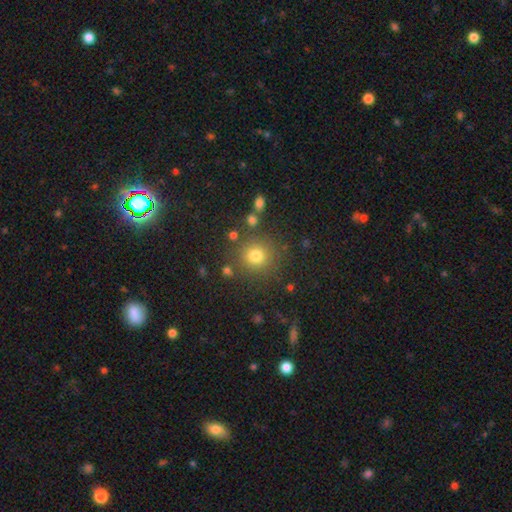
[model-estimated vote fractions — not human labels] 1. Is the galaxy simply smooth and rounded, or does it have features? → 77% smooth, 16% star or artifact, 7% featured or disk.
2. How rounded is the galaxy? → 91% round, 8% in between, 1% cigar-shaped.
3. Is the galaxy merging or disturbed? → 82% none, 9% minor disturbance, 5% merger, 4% major disturbance.